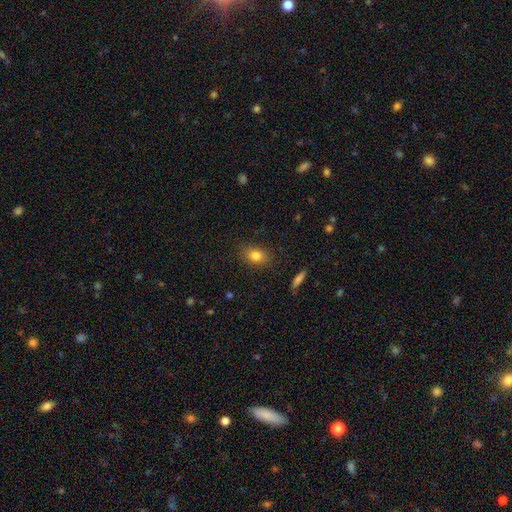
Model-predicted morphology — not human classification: A smooth galaxy with no disk features (82%) that is in between round and cigar-shaped (69%).

Vote fractions:
- Smooth or featured? smooth: 82% / star or artifact: 10% / featured or disk: 8%
- How rounded? in between: 69% / round: 29% / cigar-shaped: 2%
- Merging? none: 85% / minor disturbance: 11% / major disturbance: 3% / merger: 1%